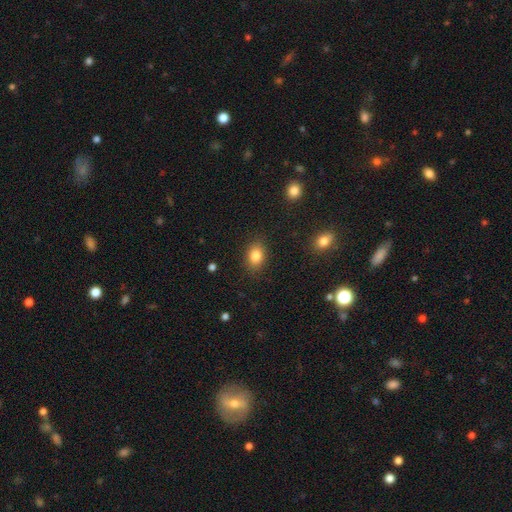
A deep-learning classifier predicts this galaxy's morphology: The model was most divided on "how rounded": in between: 72%, round: 26%, cigar-shaped: 2%. More confident: merging — none (85%); smooth or featured — smooth (84%).